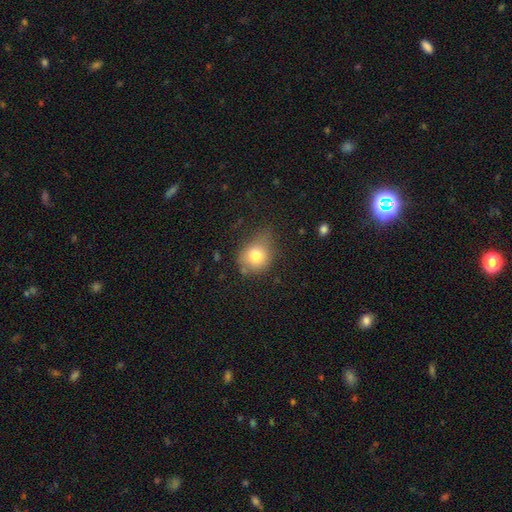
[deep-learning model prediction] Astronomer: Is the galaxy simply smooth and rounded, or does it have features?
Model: smooth — 77%.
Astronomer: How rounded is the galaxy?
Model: round — 67%.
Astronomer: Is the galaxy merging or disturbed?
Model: none — 48% (runner-up: minor disturbance, 36%).